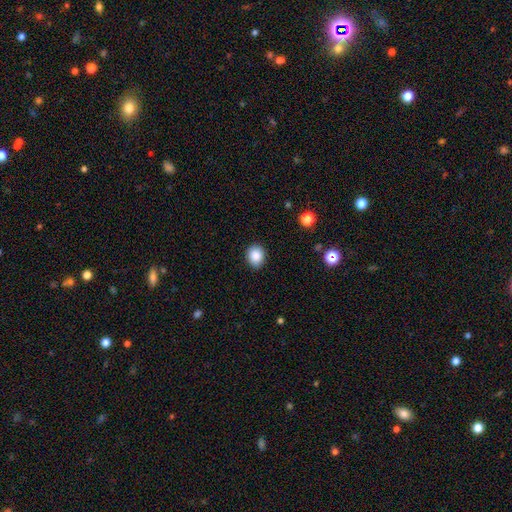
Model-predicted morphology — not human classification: Q: Smooth or featured?
A: smooth (87%); runner-up: star or artifact (9%)
Q: How rounded?
A: round (63%); runner-up: in between (36%)
Q: Merging?
A: none (87%); runner-up: minor disturbance (9%)